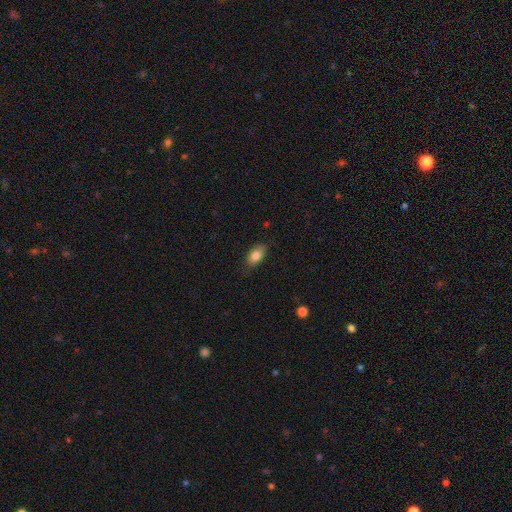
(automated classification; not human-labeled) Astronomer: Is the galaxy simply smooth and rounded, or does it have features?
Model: smooth — 83%.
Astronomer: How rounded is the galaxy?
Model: in between — 91%.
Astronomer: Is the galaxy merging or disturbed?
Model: none — 80%.